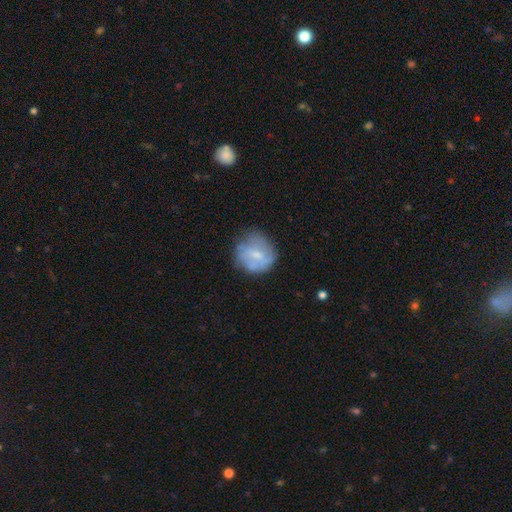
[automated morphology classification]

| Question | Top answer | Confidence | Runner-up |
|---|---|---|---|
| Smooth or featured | smooth | 56% | featured or disk (36%) |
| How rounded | round | 81% | in between (18%) |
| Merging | none | 60% | minor disturbance (26%) |